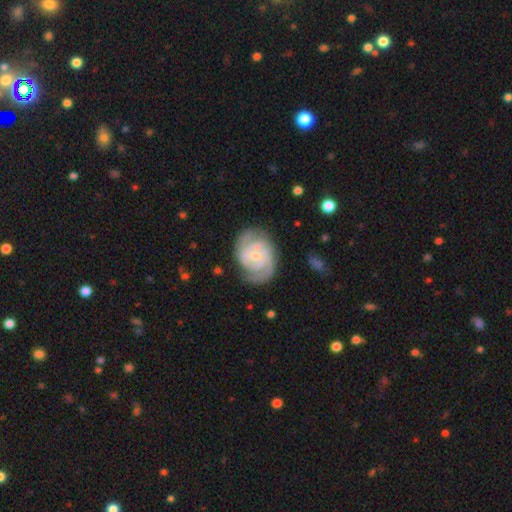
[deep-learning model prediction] Smooth or featured: featured or disk — 86% (smooth — 10%)
Edge-on disk: no — 98% (yes — 2%)
Bar: no — 54% (weak — 39%)
Spiral arms: yes — 96% (no — 4%)
Spiral winding: tight — 62% (medium — 31%)
Spiral arm count: 2 — 60% (can't tell — 16%)
Bulge size: small — 60% (moderate — 35%)
Merging: none — 73% (minor disturbance — 18%)